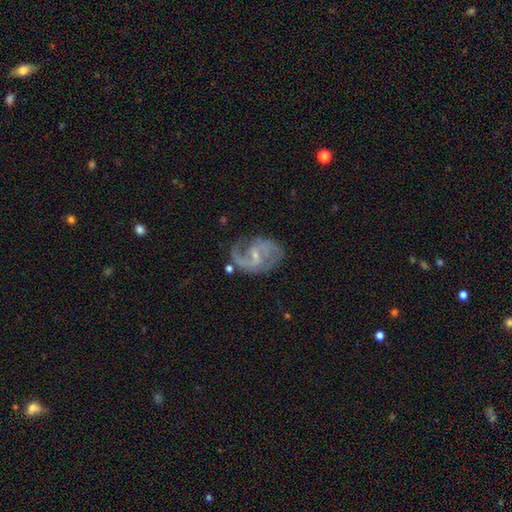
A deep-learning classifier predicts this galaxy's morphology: Smooth or featured? Predicted: featured or disk (p=0.87). Edge-on disk? Predicted: no (p=0.98). Bar? Predicted: weak (p=0.57). Spiral arms? Predicted: yes (p=0.96). Spiral winding? Predicted: medium (p=0.53). Spiral arm count? Predicted: 2 (p=0.80). Bulge size? Predicted: small (p=0.70). Merging? Predicted: none (p=0.64).